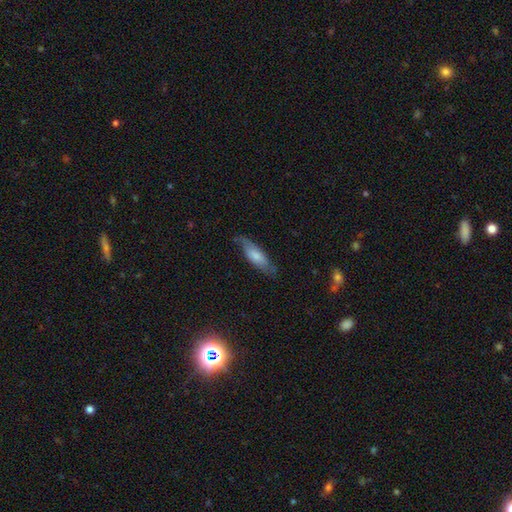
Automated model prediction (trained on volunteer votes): This is likely a smooth galaxy (62%). How rounded: possibly in between (54%). Merging: likely none (68%).